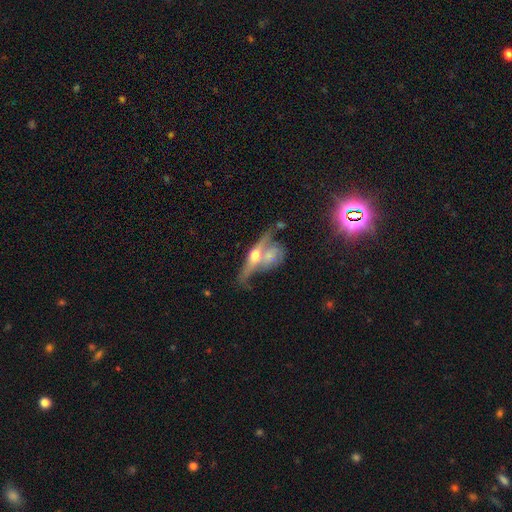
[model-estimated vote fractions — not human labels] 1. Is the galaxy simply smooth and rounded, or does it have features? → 64% featured or disk, 29% smooth, 7% star or artifact.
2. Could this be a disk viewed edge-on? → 73% yes, 27% no.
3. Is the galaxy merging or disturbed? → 43% merger, 32% none, 14% minor disturbance, 12% major disturbance.